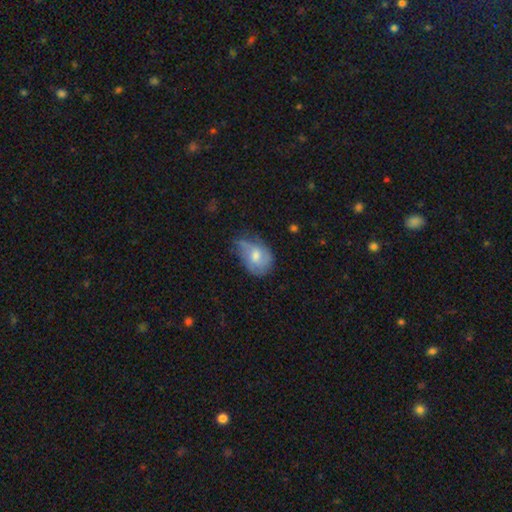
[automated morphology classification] This appears to be a smooth galaxy with no disk features (46%, tied with featured or disk). Merging: none (41%).